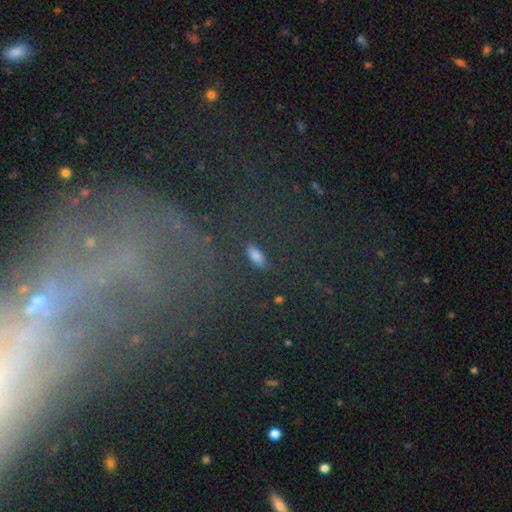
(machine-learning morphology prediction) smooth 39%, star or artifact 38%, featured or disk 23%. Down the decision tree: merging — none (74%).